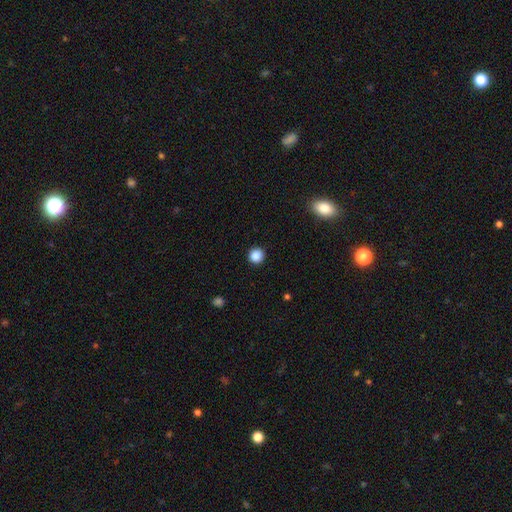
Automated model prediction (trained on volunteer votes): Smooth or featured? Predicted: smooth (p=0.87). How rounded? Predicted: round (p=0.93). Merging? Predicted: none (p=0.92).